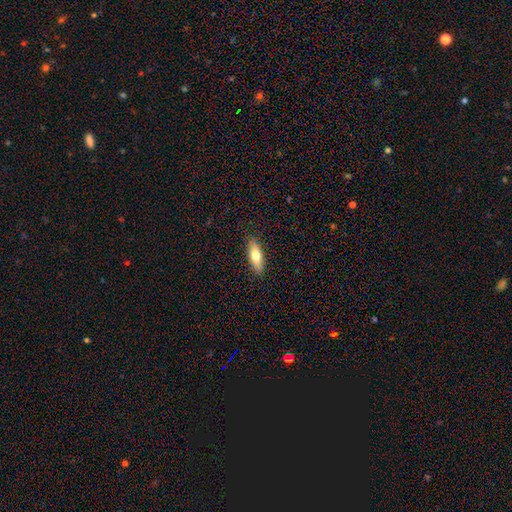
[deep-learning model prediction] smooth-or-featured: smooth: 69% | featured or disk: 25% | star or artifact: 6%
  how-rounded: in between: 56% | cigar-shaped: 42% | round: 2%
  merging: none: 89% | minor disturbance: 8% | major disturbance: 2% | merger: 1%